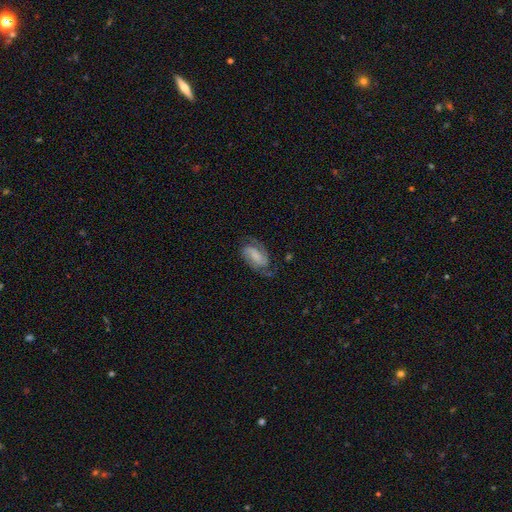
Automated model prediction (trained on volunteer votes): featured or disk 79%, smooth 14%, star or artifact 7%. Down the decision tree: edge-on disk — no (97%); bar — no (41%); spiral arms — yes (96%); spiral arm count — 2 (89%); spiral winding — medium (48%); bulge size — none (47%); merging — none (70%).